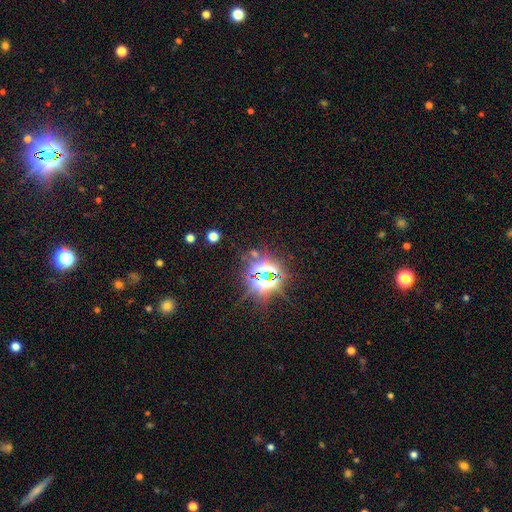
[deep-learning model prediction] Q: Smooth or featured?
A: star or artifact (81%); runner-up: smooth (10%)